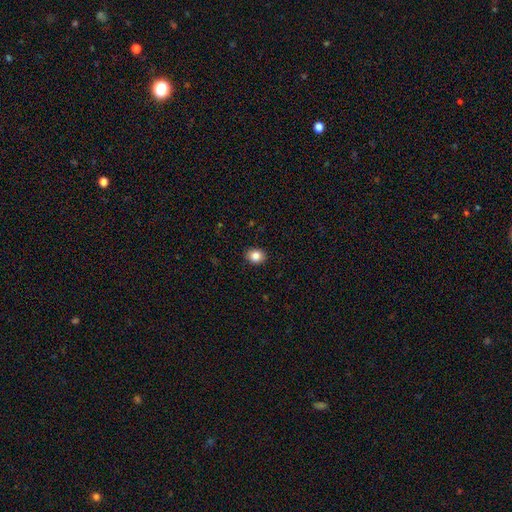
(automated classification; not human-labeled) A smooth galaxy with no disk features (85%) that is round (54%). Merging: none (90%).